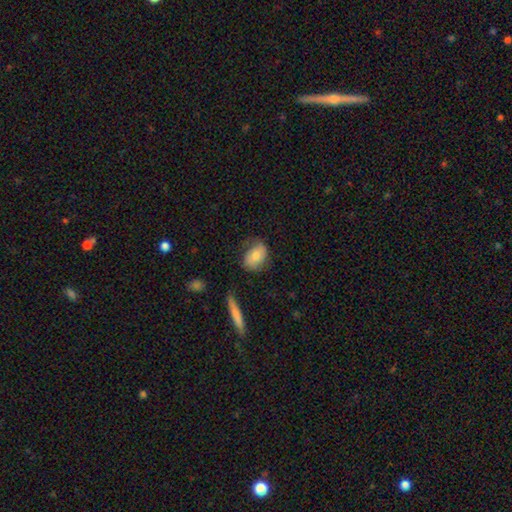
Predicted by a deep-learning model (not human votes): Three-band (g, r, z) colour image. It shows a smooth galaxy with no disk features (73%) that is in between round and cigar-shaped (77%). Merging: none (59%).